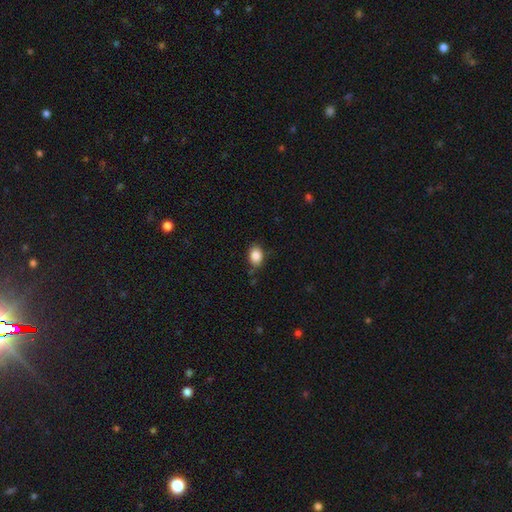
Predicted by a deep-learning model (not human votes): Smooth or featured?
  - smooth: 86% *
  - star or artifact: 9%
  - featured or disk: 5%
How rounded?
  - in between: 73% *
  - round: 26%
  - cigar-shaped: 1%
Merging?
  - none: 80% *
  - minor disturbance: 15%
  - major disturbance: 3%
  - merger: 2%